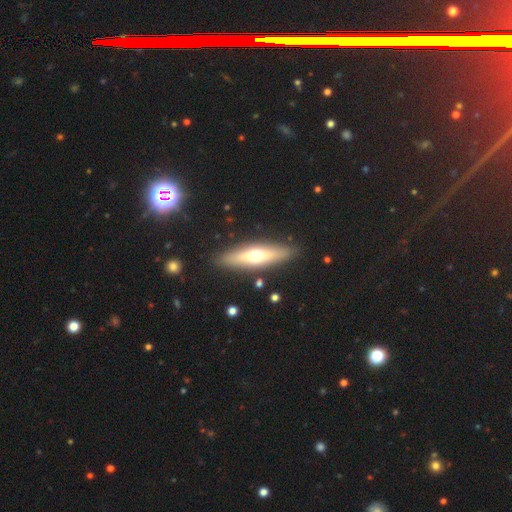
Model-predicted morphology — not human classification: The model was most divided on "smooth or featured": smooth: 48%, featured or disk: 46%, star or artifact: 6%. More confident: merging — none (88%).